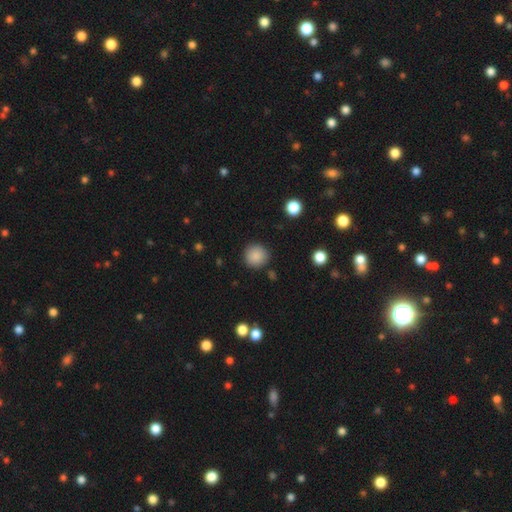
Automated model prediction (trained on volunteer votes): This appears to be a smooth galaxy with no disk features (87%) that is round (94%). Merging: none (89%).